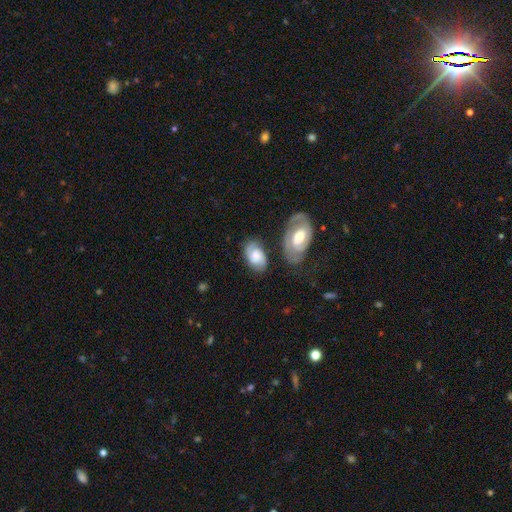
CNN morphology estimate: Smooth or featured? featured or disk (57%)
Edge-on disk? no (95%)
Bar? no (65%)
Spiral arms? yes (87%)
Bulge size? moderate (50%)
Merging? none (62%)